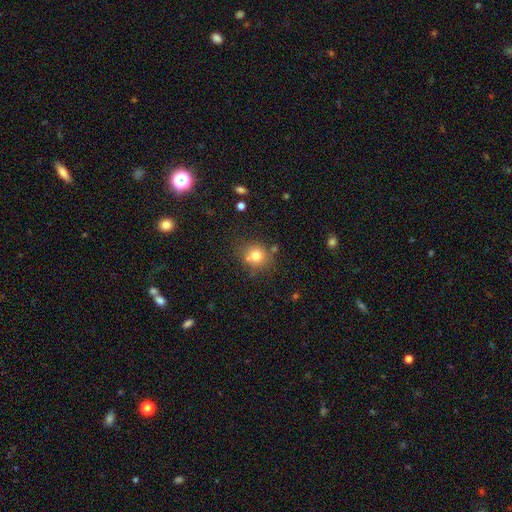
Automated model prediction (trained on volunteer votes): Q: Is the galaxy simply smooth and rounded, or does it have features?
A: smooth — 76%.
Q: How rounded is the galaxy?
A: round — 87%.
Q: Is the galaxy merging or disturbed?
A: none — 73%.